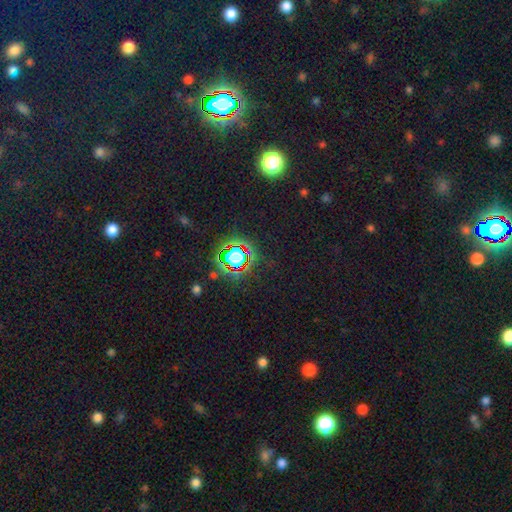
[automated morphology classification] smooth-or-featured: star or artifact: 81% | smooth: 12% | featured or disk: 7%